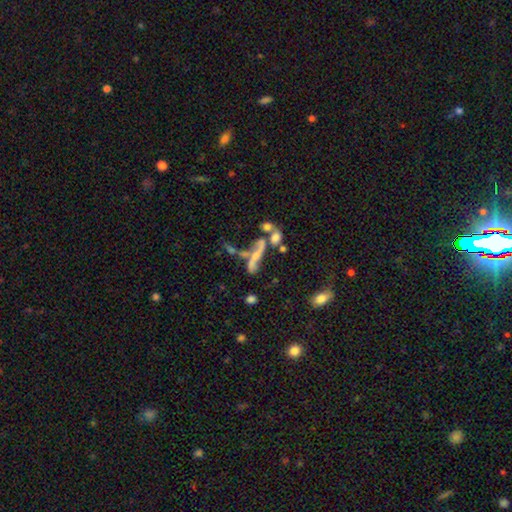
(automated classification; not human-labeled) A featured or disk galaxy (56%).

Vote fractions:
- Smooth or featured? featured or disk: 56% / smooth: 32% / star or artifact: 13%
- Edge-on disk? no: 76% / yes: 24%
- Merging? merger: 44% / none: 26% / major disturbance: 16% / minor disturbance: 13%